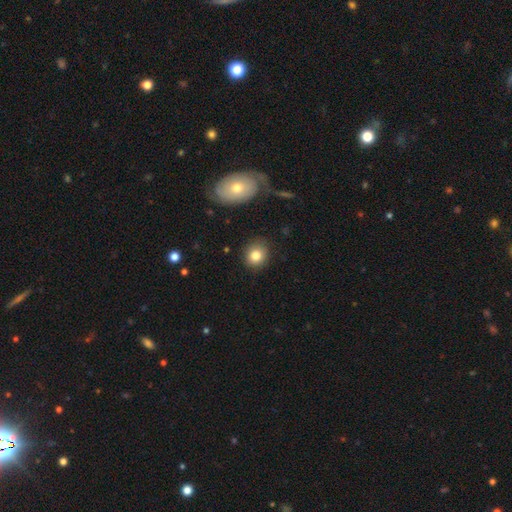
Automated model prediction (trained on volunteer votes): smooth_or_featured: smooth (p=0.82) [alt: star or artifact p=0.10]
how_rounded: round (p=0.78) [alt: in between p=0.21]
merging: none (p=0.85) [alt: minor disturbance p=0.10]